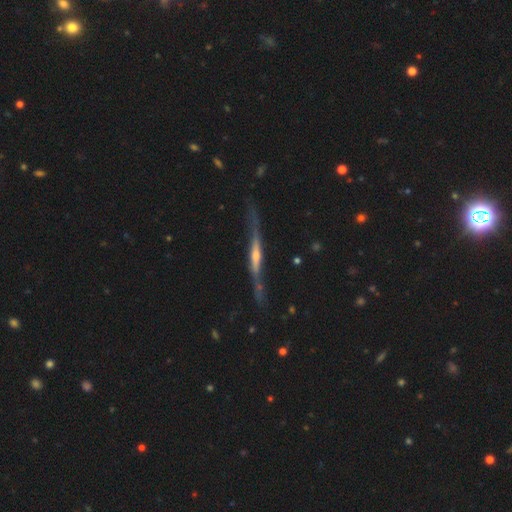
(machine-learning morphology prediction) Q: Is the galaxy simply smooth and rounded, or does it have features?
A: featured or disk — 80%.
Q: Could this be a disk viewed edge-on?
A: yes — 91%.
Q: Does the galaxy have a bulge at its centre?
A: rounded — 60%.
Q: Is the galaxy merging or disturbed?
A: none — 68%.